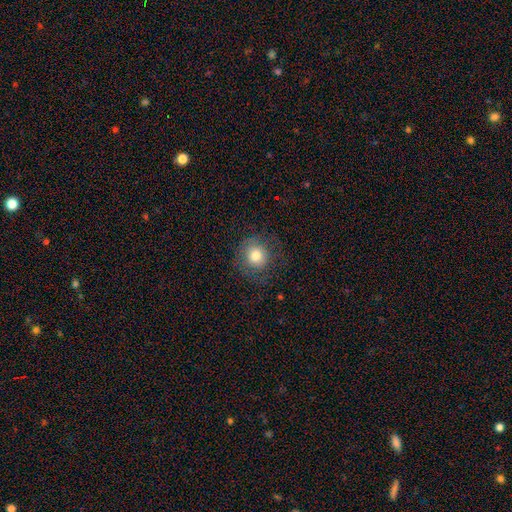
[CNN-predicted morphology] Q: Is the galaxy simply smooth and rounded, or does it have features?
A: smooth — 76%.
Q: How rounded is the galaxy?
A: round — 90%.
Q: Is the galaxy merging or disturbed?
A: none — 75%.